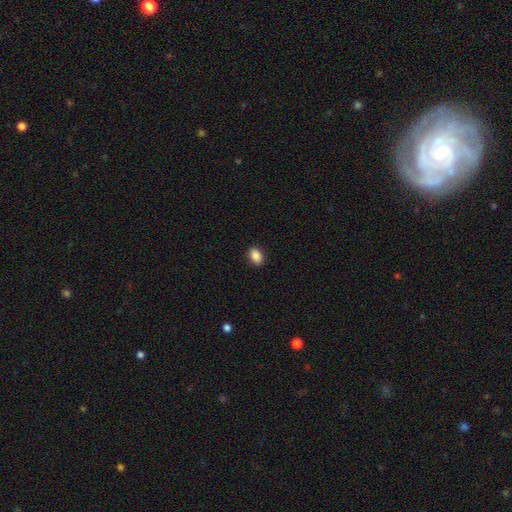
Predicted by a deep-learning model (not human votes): Q: Smooth or featured?
A: smooth (89%); runner-up: star or artifact (8%)
Q: How rounded?
A: in between (81%); runner-up: round (18%)
Q: Merging?
A: none (90%); runner-up: minor disturbance (7%)